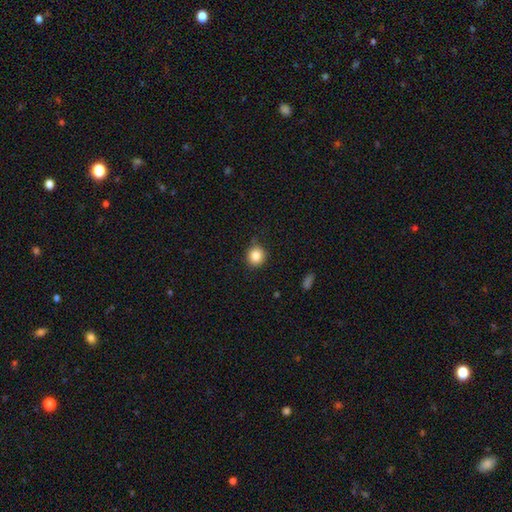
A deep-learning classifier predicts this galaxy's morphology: A smooth galaxy with no disk features (84%) that is round (88%).

Vote fractions:
- Smooth or featured? smooth: 84% / star or artifact: 10% / featured or disk: 5%
- How rounded? round: 88% / in between: 11% / cigar-shaped: 1%
- Merging? none: 83% / minor disturbance: 13% / major disturbance: 3% / merger: 1%